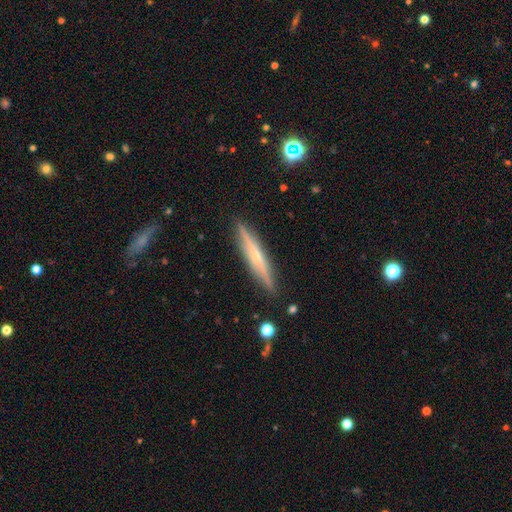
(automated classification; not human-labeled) Smooth or featured? featured or disk (61%)
Edge-on disk? yes (95%)
Edge-on bulge? rounded (59%)
Merging? none (88%)